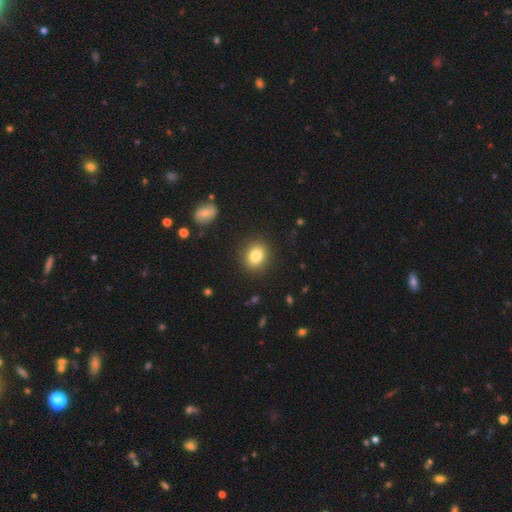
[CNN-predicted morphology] This is clearly a smooth galaxy (82%). How rounded: likely round (61%). Merging: clearly none (89%).